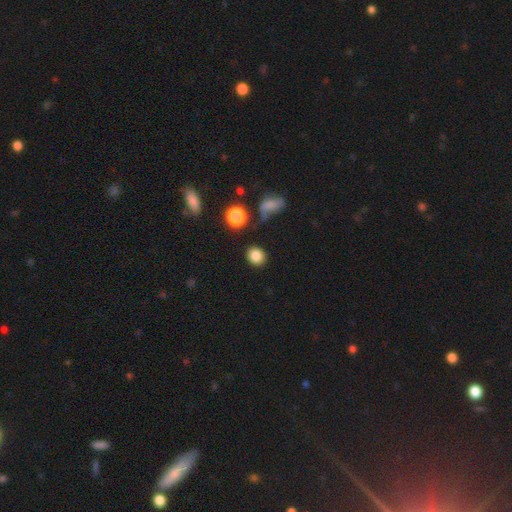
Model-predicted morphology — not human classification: type=smooth (85%); roundness=round (69%); merging=none (83%).